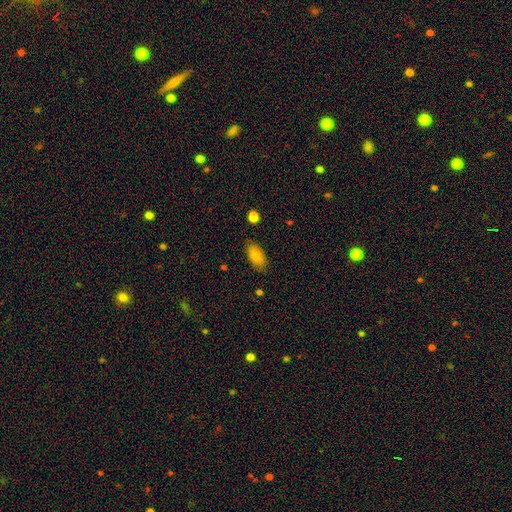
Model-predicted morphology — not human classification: smooth_or_featured: smooth (p=0.81) [alt: featured or disk p=0.11]
how_rounded: in between (p=0.92) [alt: round p=0.04]
merging: none (p=0.83) [alt: minor disturbance p=0.13]